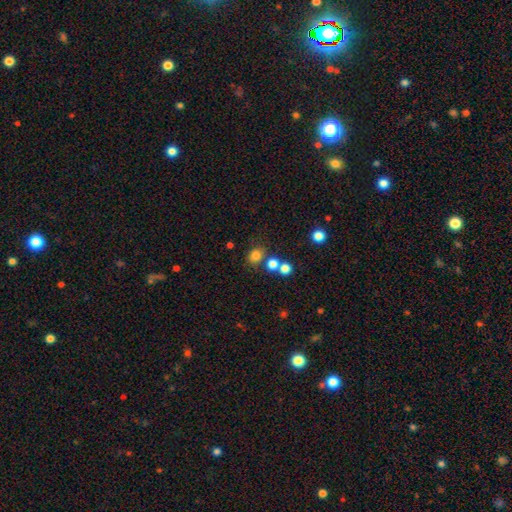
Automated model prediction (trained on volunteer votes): Morphology: type=smooth (78%); roundness=round (75%); merging=none (70%).